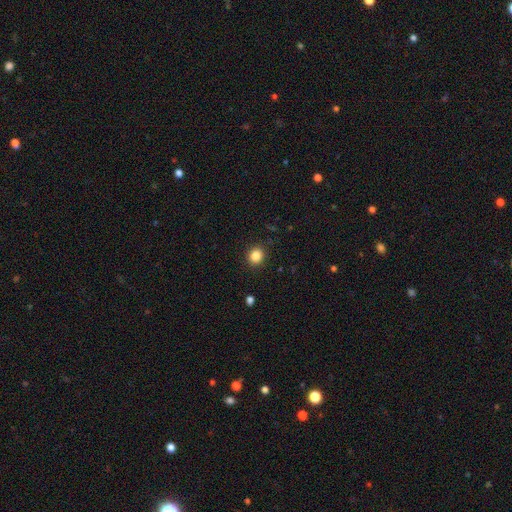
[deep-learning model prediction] This appears to be a smooth galaxy with no disk features (85%) that is round (85%). Merging: none (91%).